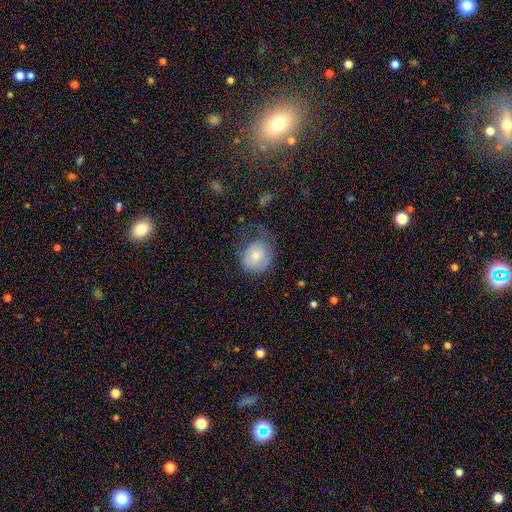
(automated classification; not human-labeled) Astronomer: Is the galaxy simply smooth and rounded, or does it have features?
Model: smooth — 72%.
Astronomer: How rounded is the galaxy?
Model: round — 73%.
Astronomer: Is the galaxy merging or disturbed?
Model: none — 39% (runner-up: minor disturbance, 31%).